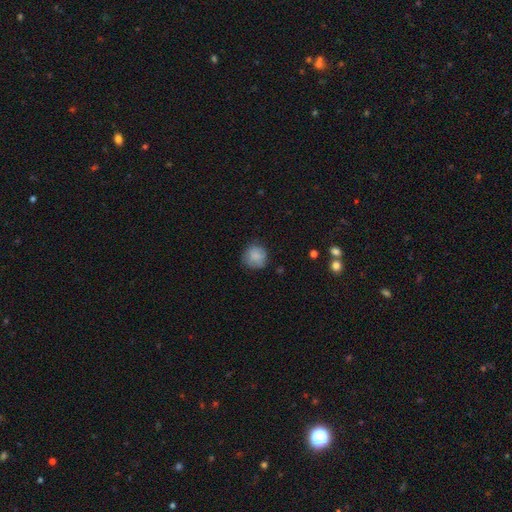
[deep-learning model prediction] smooth_or_featured: smooth (p=0.85) [alt: star or artifact p=0.08]
how_rounded: round (p=0.90) [alt: in between p=0.09]
merging: none (p=0.76) [alt: minor disturbance p=0.18]